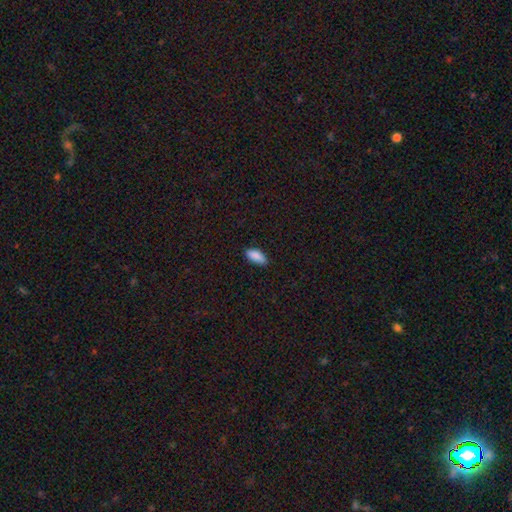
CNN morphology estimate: Smooth or featured? smooth (89%)
How rounded? in between (85%)
Merging? none (86%)